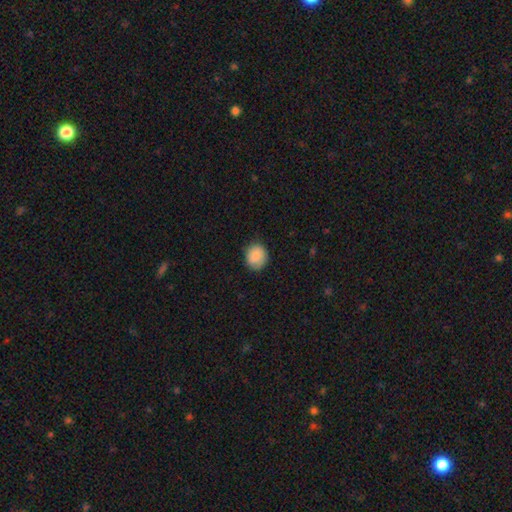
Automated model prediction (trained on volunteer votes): smooth 86%, star or artifact 7%, featured or disk 7%. Down the decision tree: how rounded — round (76%); merging — none (81%).